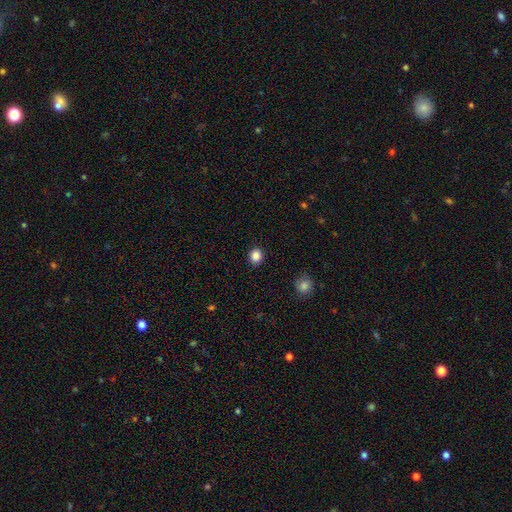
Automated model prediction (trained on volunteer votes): Smooth or featured? Predicted: smooth (p=0.86). How rounded? Predicted: round (p=0.67). Merging? Predicted: none (p=0.90).